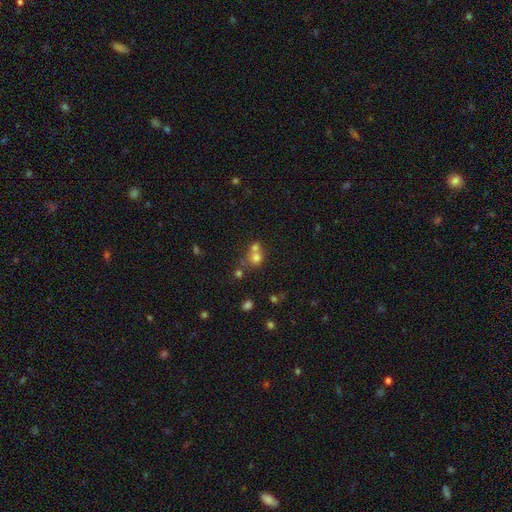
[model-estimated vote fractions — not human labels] smooth-or-featured: smooth: 68% | star or artifact: 18% | featured or disk: 14%
  how-rounded: round: 80% | in between: 19% | cigar-shaped: 1%
  merging: merger: 54% | none: 36% | minor disturbance: 7% | major disturbance: 4%